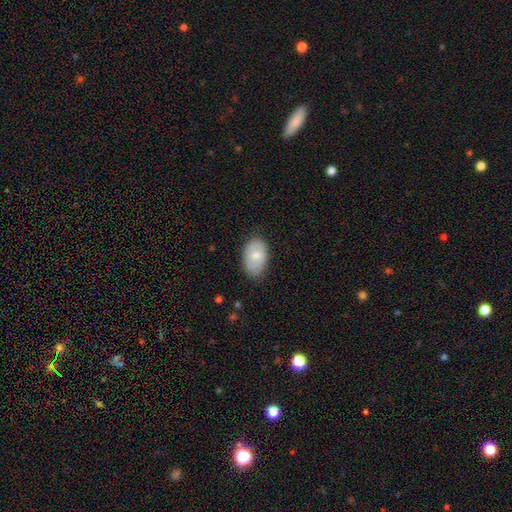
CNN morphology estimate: Smooth or featured? Predicted: smooth (p=0.73). How rounded? Predicted: in between (p=0.91). Merging? Predicted: none (p=0.74).